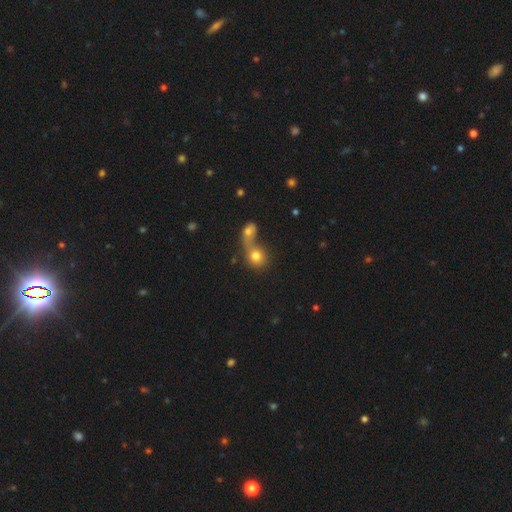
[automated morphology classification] Smooth or featured? Predicted: smooth (p=0.76). How rounded? Predicted: round (p=0.76). Merging? Predicted: merger (p=0.66).